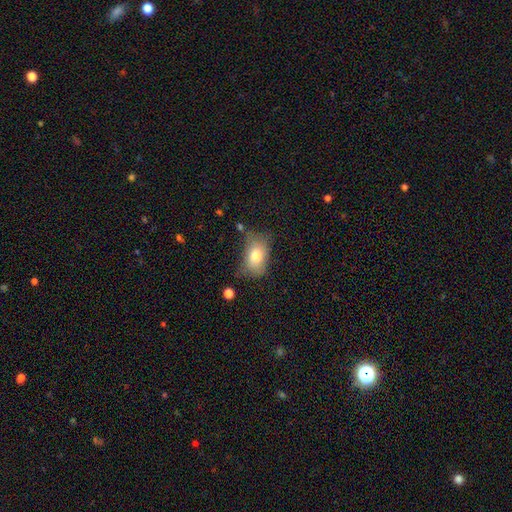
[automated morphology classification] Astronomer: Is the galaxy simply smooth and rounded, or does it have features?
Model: smooth — 76%.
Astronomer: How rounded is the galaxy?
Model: in between — 84%.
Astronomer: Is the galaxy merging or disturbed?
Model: none — 49% (runner-up: minor disturbance, 34%).